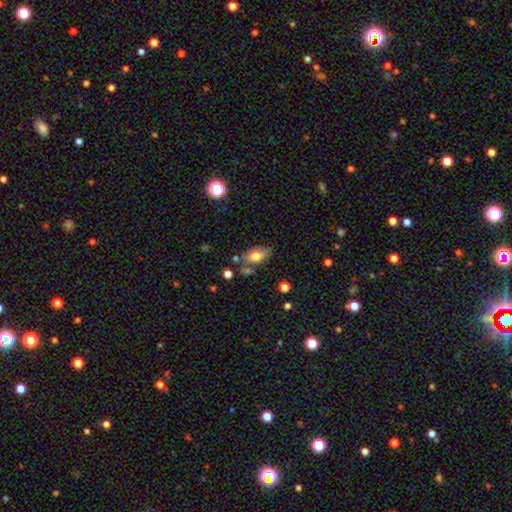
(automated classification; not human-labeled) Smooth or featured: smooth — 75% (featured or disk — 17%)
How rounded: in between — 88% (round — 6%)
Merging: none — 67% (minor disturbance — 18%)